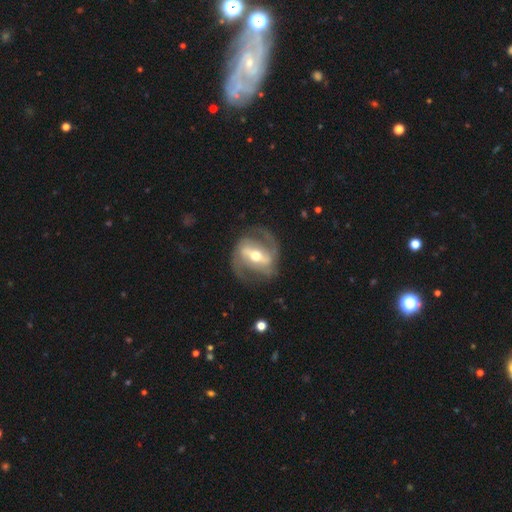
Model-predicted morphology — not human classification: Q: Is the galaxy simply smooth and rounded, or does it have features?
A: featured or disk — 85%.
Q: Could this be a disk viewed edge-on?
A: no — 94%.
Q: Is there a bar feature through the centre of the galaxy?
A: strong — 64%.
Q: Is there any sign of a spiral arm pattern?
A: yes — 87%.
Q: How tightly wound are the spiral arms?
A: medium — 48%.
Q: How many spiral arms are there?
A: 2 — 85%.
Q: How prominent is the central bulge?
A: moderate — 66%.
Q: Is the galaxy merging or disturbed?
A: none — 74%.